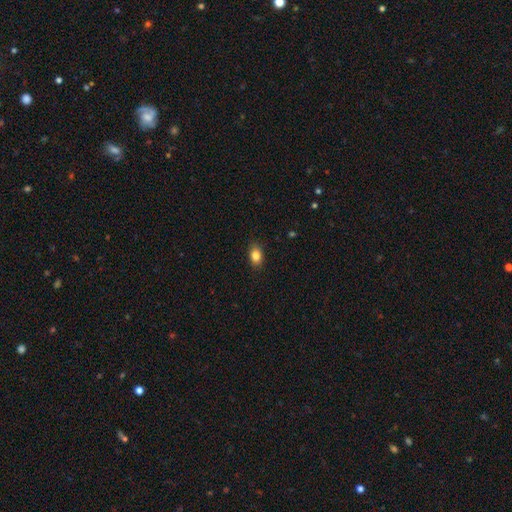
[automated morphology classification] This is clearly a smooth galaxy (84%). How rounded: clearly in between (82%). Merging: clearly none (88%).